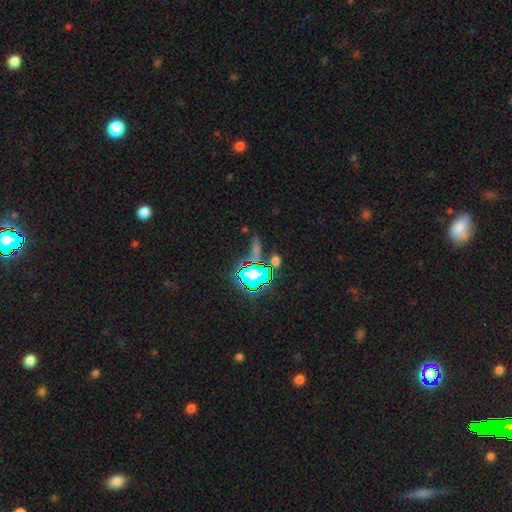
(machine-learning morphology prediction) Smooth or featured: star or artifact — 65% (smooth — 23%)